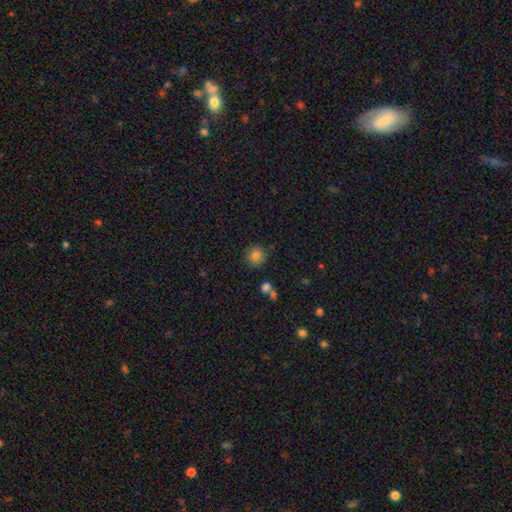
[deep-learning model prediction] Smooth or featured? Predicted: smooth (p=0.82). How rounded? Predicted: round (p=0.92). Merging? Predicted: none (p=0.83).